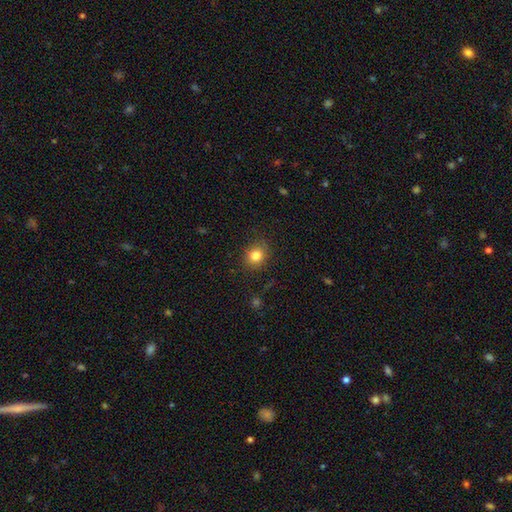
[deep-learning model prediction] This is clearly a smooth galaxy (82%). How rounded: likely round (73%). Merging: clearly none (86%).